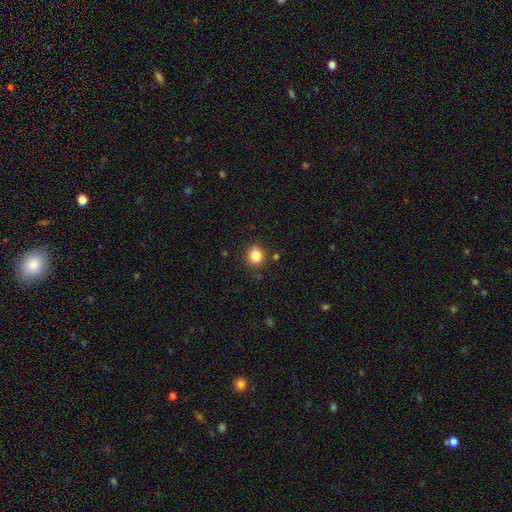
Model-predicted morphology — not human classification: Smooth or featured? Predicted: smooth (p=0.83). How rounded? Predicted: round (p=0.84). Merging? Predicted: none (p=0.88).